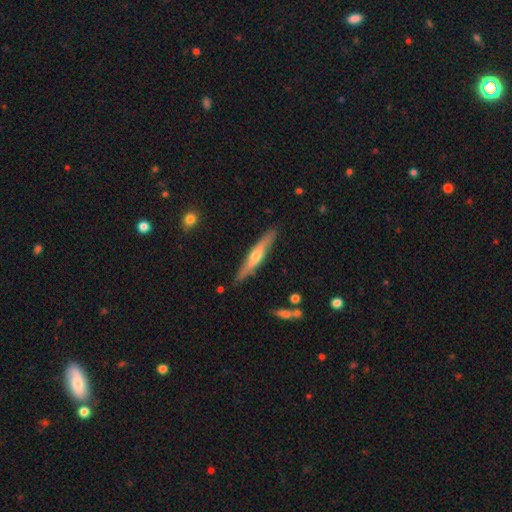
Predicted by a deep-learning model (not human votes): Smooth or featured?
  - featured or disk: 59% *
  - smooth: 36%
  - star or artifact: 6%
Edge-on disk?
  - yes: 93% *
  - no: 7%
Edge-on bulge?
  - rounded: 81% *
  - none: 14%
  - boxy: 5%
Merging?
  - none: 86% *
  - minor disturbance: 10%
  - major disturbance: 2%
  - merger: 2%